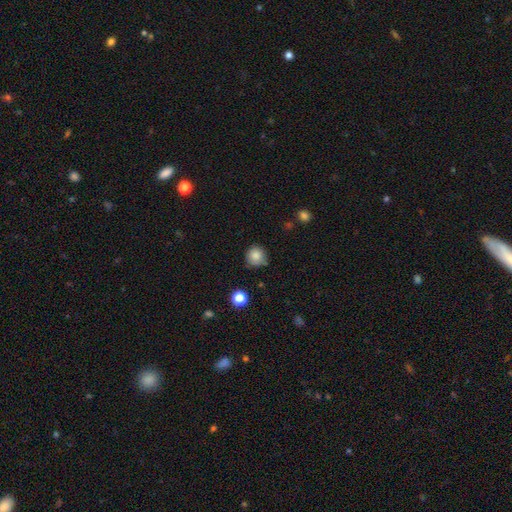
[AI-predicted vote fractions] smooth-or-featured: smooth: 85% | star or artifact: 10% | featured or disk: 5%
  how-rounded: round: 93% | in between: 6% | cigar-shaped: 1%
  merging: none: 77% | minor disturbance: 16% | merger: 3% | major disturbance: 3%